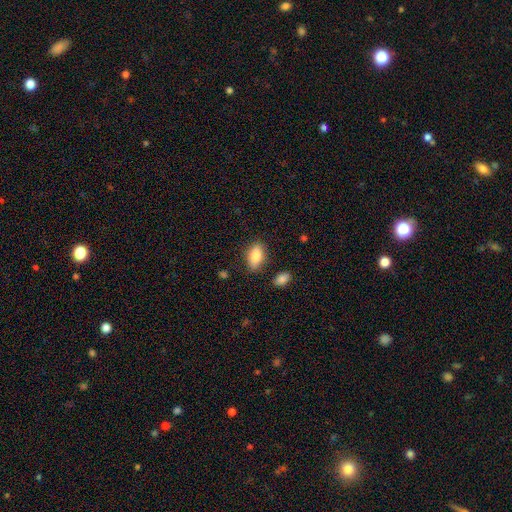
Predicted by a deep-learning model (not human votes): Smooth or featured?
  - smooth: 81% *
  - featured or disk: 12%
  - star or artifact: 7%
How rounded?
  - in between: 87% *
  - cigar-shaped: 8%
  - round: 5%
Merging?
  - none: 81% *
  - minor disturbance: 13%
  - major disturbance: 3%
  - merger: 3%